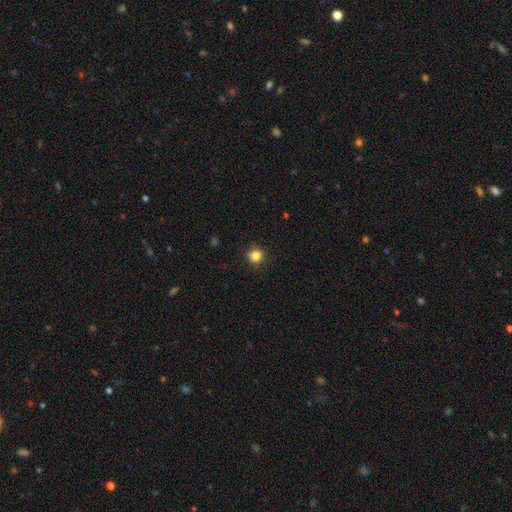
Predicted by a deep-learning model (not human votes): This is clearly a smooth galaxy (83%). How rounded: clearly round (91%). Merging: clearly none (87%).